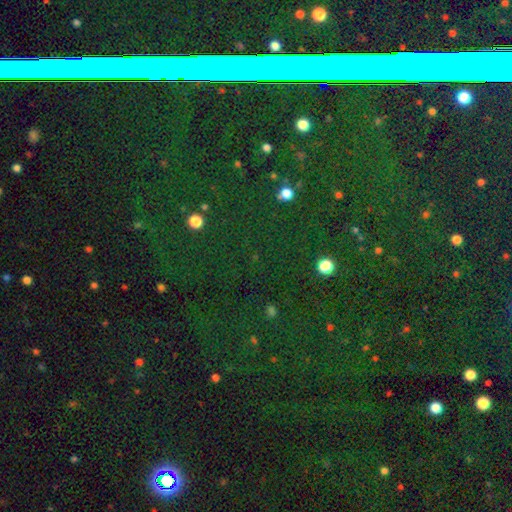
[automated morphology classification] smooth_or_featured: star or artifact (p=0.79) [alt: smooth p=0.11]